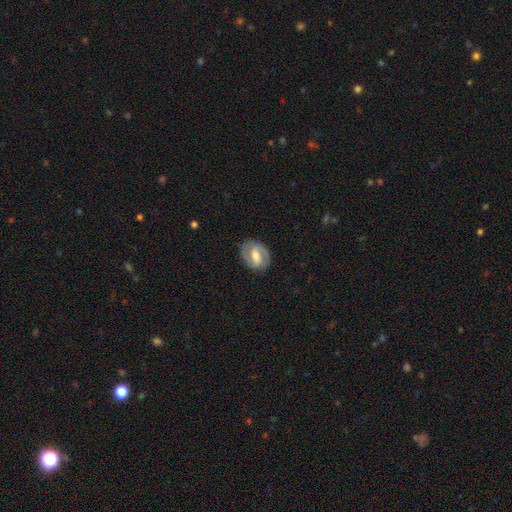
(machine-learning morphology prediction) Smooth or featured: featured or disk — 72% (smooth — 22%)
Edge-on disk: no — 96% (yes — 4%)
Bar: weak — 44% (strong — 40%)
Spiral arms: yes — 85% (no — 15%)
Spiral winding: medium — 45% (tight — 40%)
Spiral arm count: 2 — 86% (can't tell — 7%)
Bulge size: moderate — 57% (small — 23%)
Merging: none — 83% (minor disturbance — 12%)